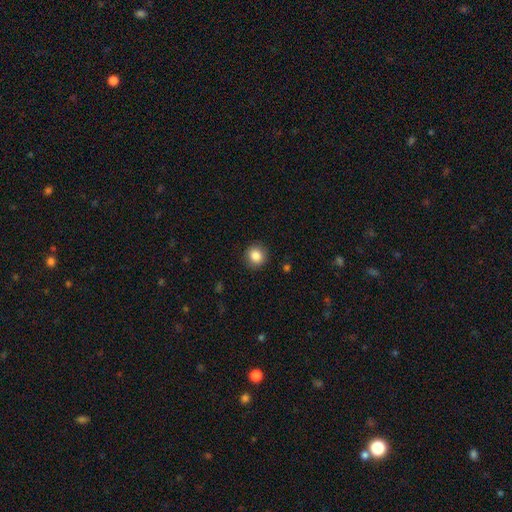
Smooth or featured? smooth (89%)
How rounded? round (79%)
Merging? none (89%)